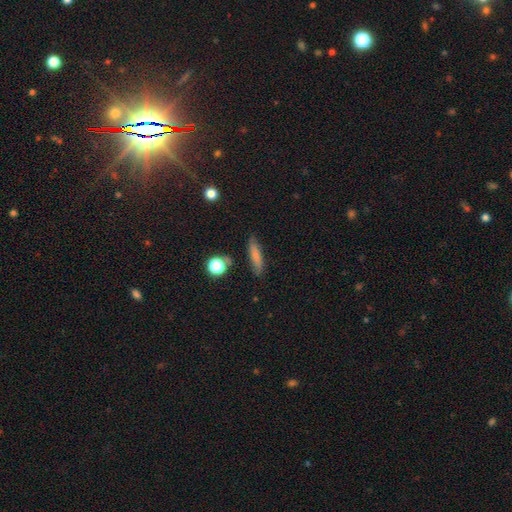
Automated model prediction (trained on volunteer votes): Q: Smooth or featured?
A: smooth (74%); runner-up: featured or disk (16%)
Q: How rounded?
A: cigar-shaped (72%); runner-up: in between (23%)
Q: Merging?
A: none (80%); runner-up: minor disturbance (13%)